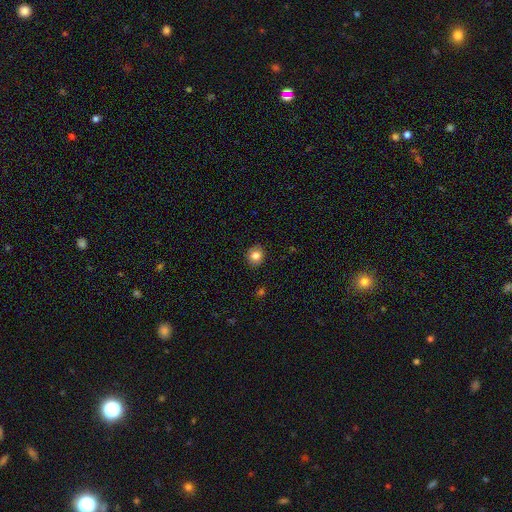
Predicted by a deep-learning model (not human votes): Q: Smooth or featured?
A: smooth (82%); runner-up: star or artifact (10%)
Q: How rounded?
A: round (79%); runner-up: in between (20%)
Q: Merging?
A: none (90%); runner-up: minor disturbance (7%)